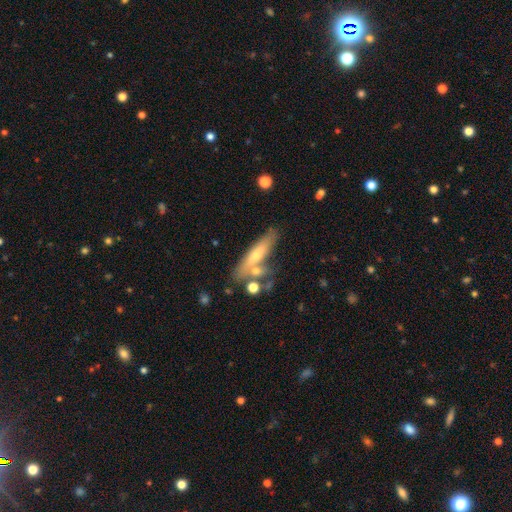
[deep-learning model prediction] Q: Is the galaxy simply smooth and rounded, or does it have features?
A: smooth — 50%.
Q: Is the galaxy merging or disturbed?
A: none — 59%.